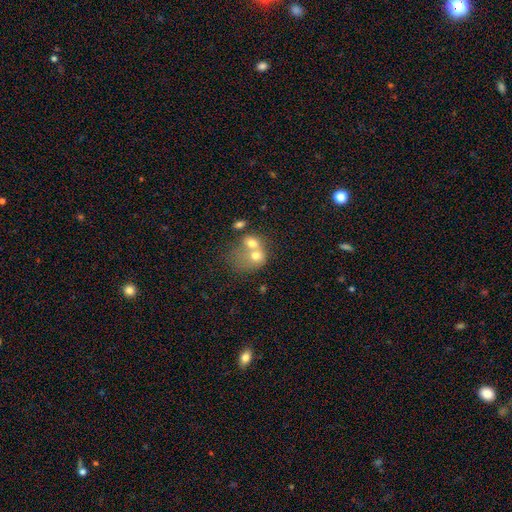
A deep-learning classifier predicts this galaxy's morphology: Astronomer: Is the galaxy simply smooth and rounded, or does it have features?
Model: smooth — 65%.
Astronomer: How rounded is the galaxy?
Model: round — 52% (runner-up: in between, 47%).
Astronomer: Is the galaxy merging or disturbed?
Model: merger — 72%.